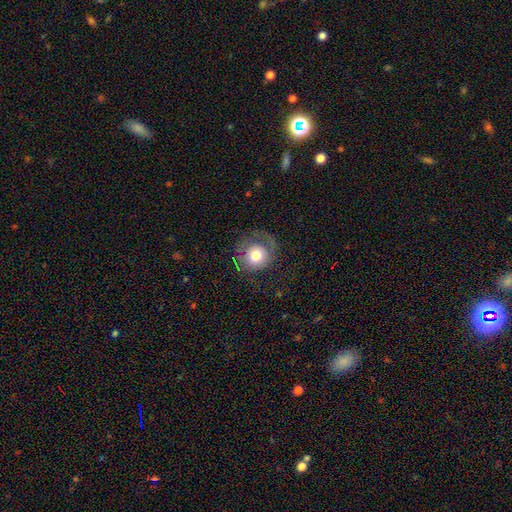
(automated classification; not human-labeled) This is possibly a smooth galaxy (59%). How rounded: clearly round (87%). Merging: possibly none (58%).